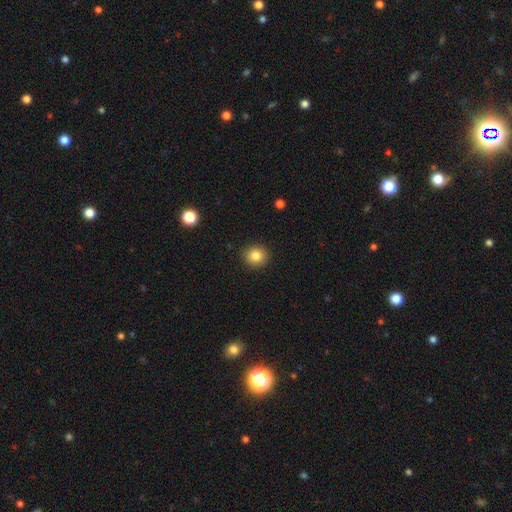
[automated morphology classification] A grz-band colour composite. It shows a smooth galaxy with no disk features (83%) that is round (87%). Merging: none (91%).